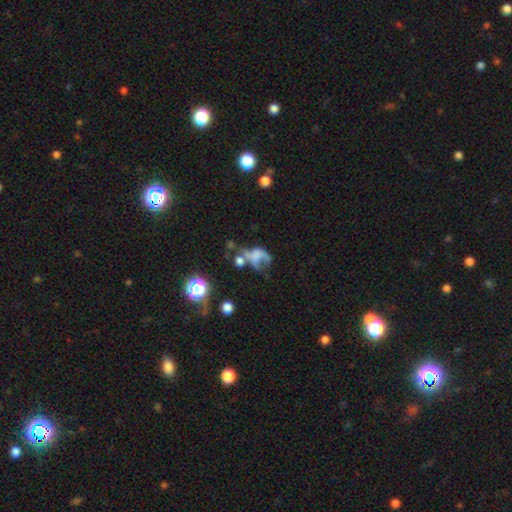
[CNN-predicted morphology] This is possibly a featured or disk galaxy (46%). Merging: marginally major disturbance (41%).